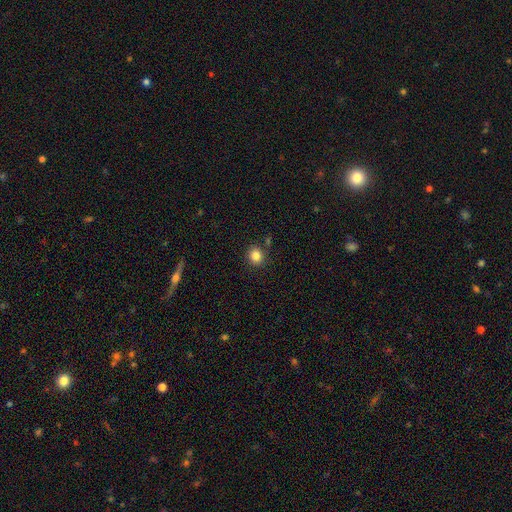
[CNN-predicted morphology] smooth-or-featured: smooth: 84% | star or artifact: 11% | featured or disk: 5%
  how-rounded: round: 83% | in between: 16% | cigar-shaped: 1%
  merging: none: 84% | minor disturbance: 9% | merger: 5% | major disturbance: 3%